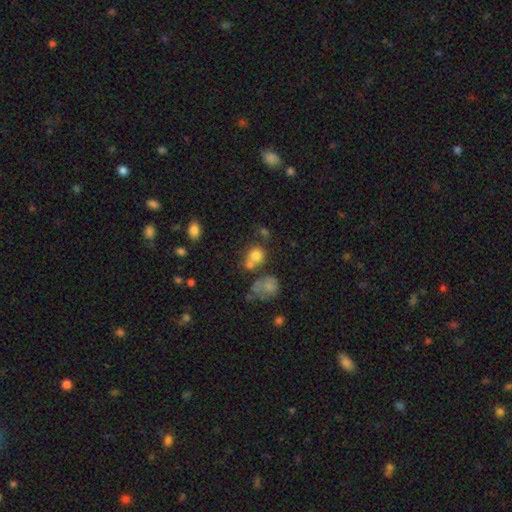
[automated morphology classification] Smooth or featured? Predicted: smooth (p=0.76). How rounded? Predicted: round (p=0.79). Merging? Predicted: none (p=0.48).